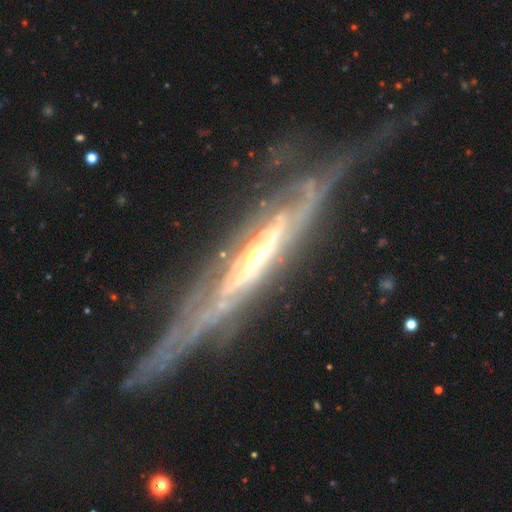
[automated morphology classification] type=featured or disk (88%); edge-on=no (58%); bar=no (65%); spiral arms=yes (80%); bulge=moderate (56%); merging=none (61%).